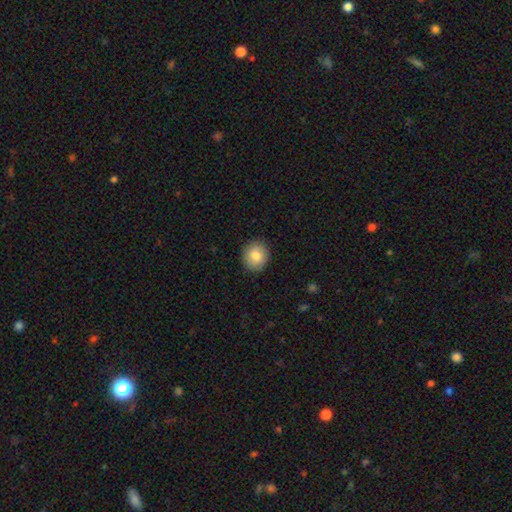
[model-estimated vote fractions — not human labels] A smooth galaxy with no disk features (82%) that is round (79%).

Vote fractions:
- Smooth or featured? smooth: 82% / featured or disk: 10% / star or artifact: 8%
- How rounded? round: 79% / in between: 20% / cigar-shaped: 1%
- Merging? none: 90% / minor disturbance: 8% / major disturbance: 2% / merger: 1%